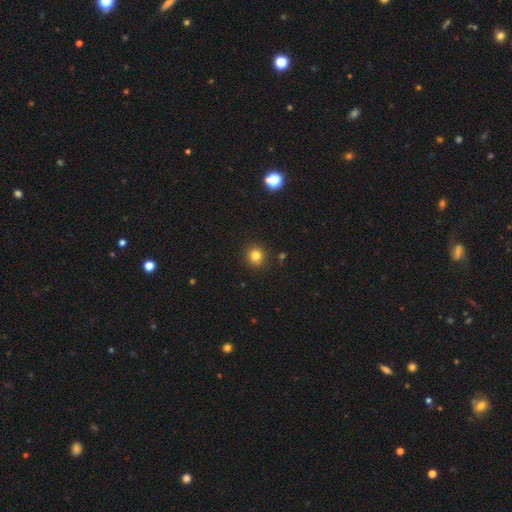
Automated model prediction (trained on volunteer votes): A smooth galaxy with no disk features (81%) that is round (89%).

Vote fractions:
- Smooth or featured? smooth: 81% / star or artifact: 13% / featured or disk: 6%
- How rounded? round: 89% / in between: 10% / cigar-shaped: 1%
- Merging? none: 90% / minor disturbance: 6% / major disturbance: 2% / merger: 2%